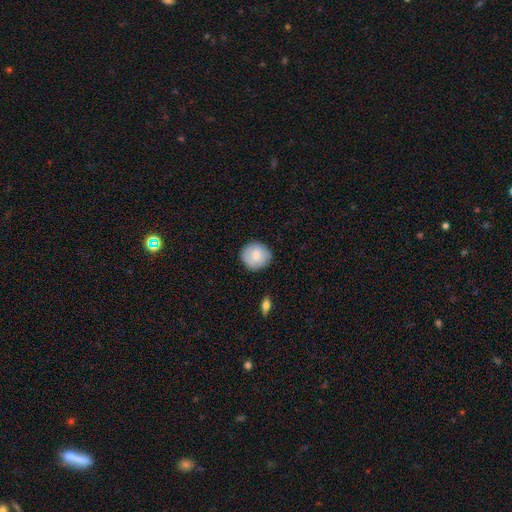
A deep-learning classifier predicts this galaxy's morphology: Smooth or featured? Predicted: smooth (p=0.79). How rounded? Predicted: round (p=0.89). Merging? Predicted: none (p=0.86).